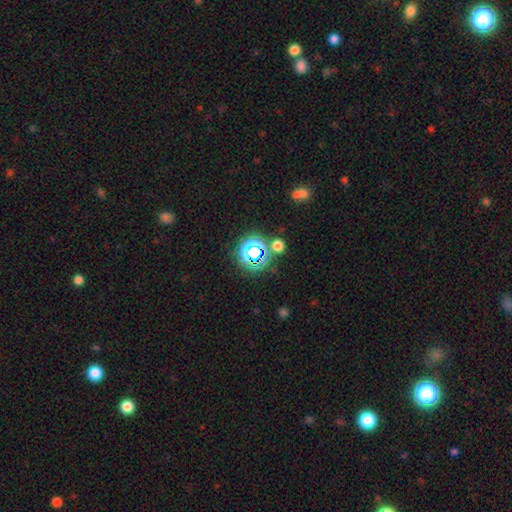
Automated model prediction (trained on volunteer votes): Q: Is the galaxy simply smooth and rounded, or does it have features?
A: star or artifact — 64%.